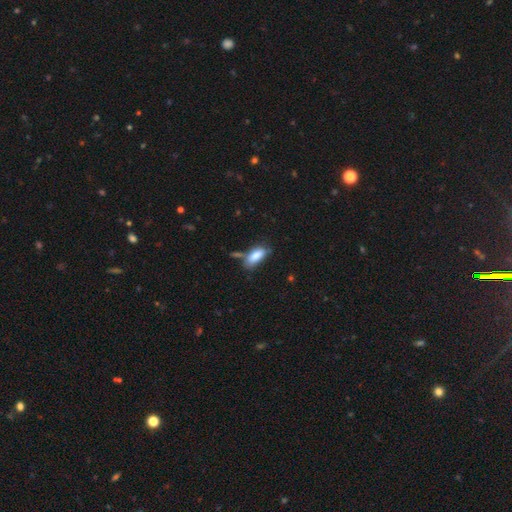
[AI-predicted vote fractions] A smooth galaxy with no disk features (83%) that is in between round and cigar-shaped (83%).

Vote fractions:
- Smooth or featured? smooth: 83% / featured or disk: 10% / star or artifact: 7%
- How rounded? in between: 83% / cigar-shaped: 15% / round: 2%
- Merging? none: 56% / minor disturbance: 25% / merger: 12% / major disturbance: 8%